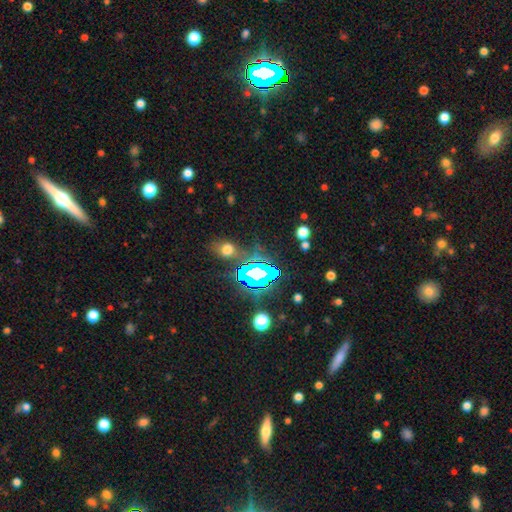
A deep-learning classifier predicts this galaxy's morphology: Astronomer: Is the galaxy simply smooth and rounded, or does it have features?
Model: star or artifact — 74%.